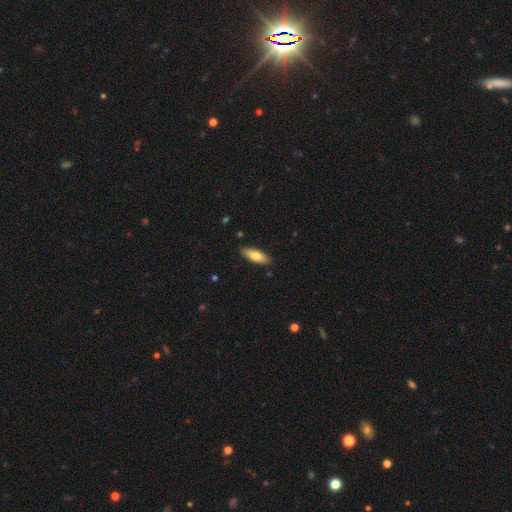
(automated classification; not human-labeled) smooth_or_featured: smooth (p=0.72) [alt: featured or disk p=0.22]
how_rounded: in between (p=0.63) [alt: cigar-shaped p=0.35]
merging: none (p=0.88) [alt: minor disturbance p=0.09]